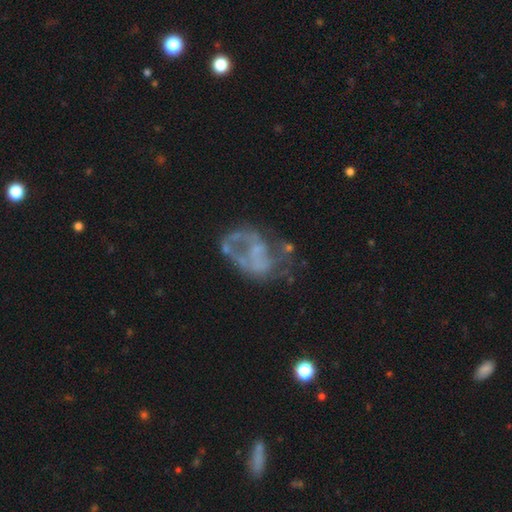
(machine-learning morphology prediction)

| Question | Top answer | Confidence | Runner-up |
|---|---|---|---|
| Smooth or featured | featured or disk | 69% | smooth (19%) |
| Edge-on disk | no | 98% | yes (2%) |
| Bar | no | 79% | weak (16%) |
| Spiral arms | no | 68% | yes (32%) |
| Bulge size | none | 69% | small (18%) |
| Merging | none | 37% | major disturbance (36%) |